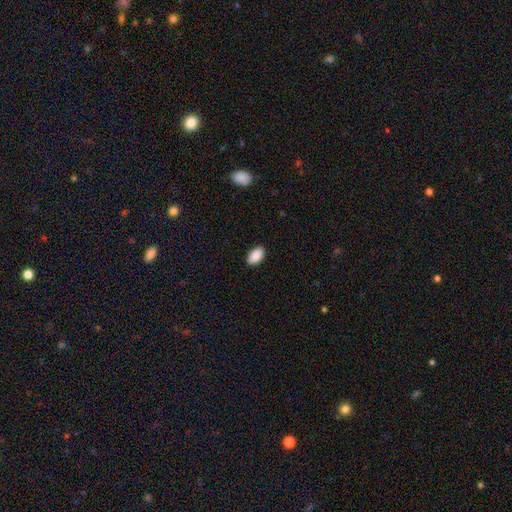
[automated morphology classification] Overall: smooth (90%). How rounded: in between (94%). Merging: none (90%).